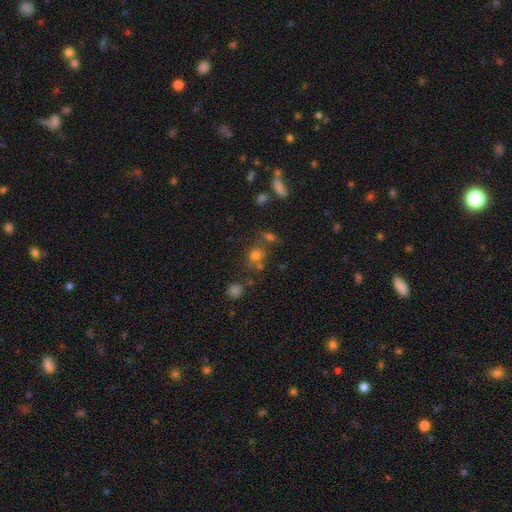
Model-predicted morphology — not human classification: Smooth or featured? Predicted: smooth (p=0.68). How rounded? Predicted: round (p=0.71). Merging? Predicted: none (p=0.55).